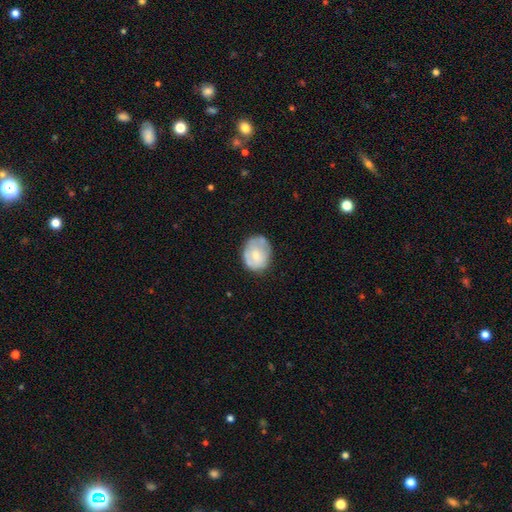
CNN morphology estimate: Smooth or featured?
  - smooth: 60% *
  - featured or disk: 34%
  - star or artifact: 7%
How rounded?
  - round: 54% *
  - in between: 45%
  - cigar-shaped: 1%
Merging?
  - none: 60% *
  - minor disturbance: 28%
  - major disturbance: 9%
  - merger: 2%